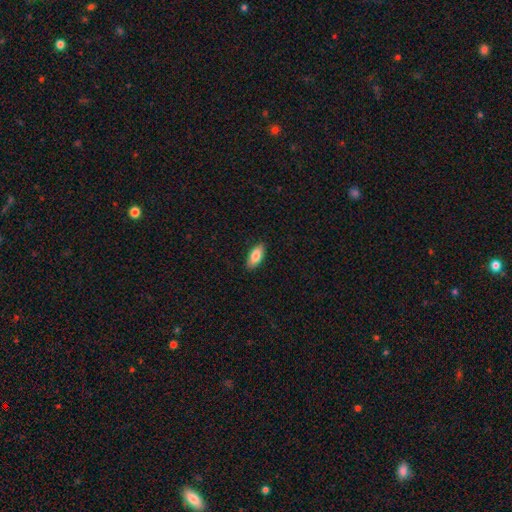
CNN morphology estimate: Smooth or featured?
  - smooth: 83% *
  - featured or disk: 11%
  - star or artifact: 6%
How rounded?
  - in between: 87% *
  - cigar-shaped: 11%
  - round: 2%
Merging?
  - none: 87% *
  - minor disturbance: 10%
  - major disturbance: 2%
  - merger: 1%